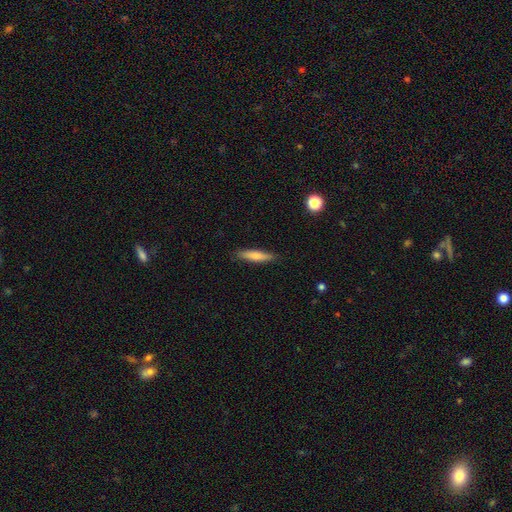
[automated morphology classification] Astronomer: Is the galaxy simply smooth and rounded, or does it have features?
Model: smooth — 73%.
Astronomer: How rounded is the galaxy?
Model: cigar-shaped — 84%.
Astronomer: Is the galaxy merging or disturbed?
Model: none — 88%.